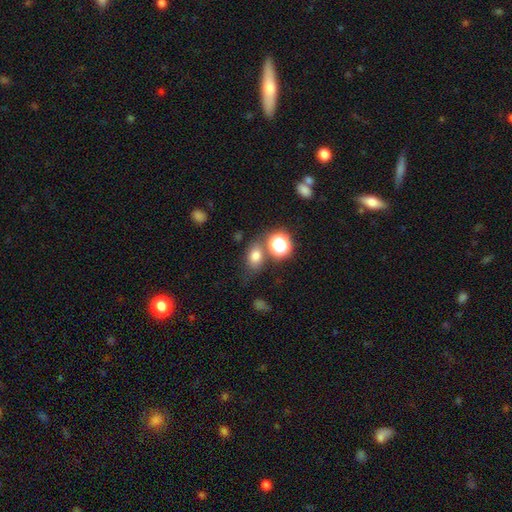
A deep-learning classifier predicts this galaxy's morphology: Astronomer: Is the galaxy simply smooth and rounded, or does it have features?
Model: smooth — 73%.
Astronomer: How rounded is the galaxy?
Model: in between — 62% (runner-up: round, 37%).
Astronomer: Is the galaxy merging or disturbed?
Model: none — 67%.